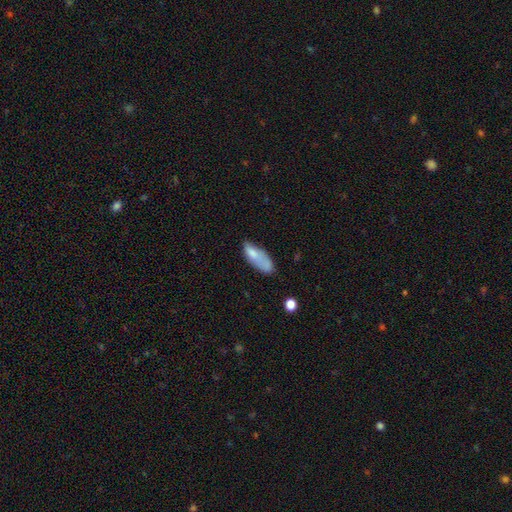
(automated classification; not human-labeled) This appears to be a smooth galaxy with no disk features (71%) that is in between round and cigar-shaped (73%). Merging: none (37%).